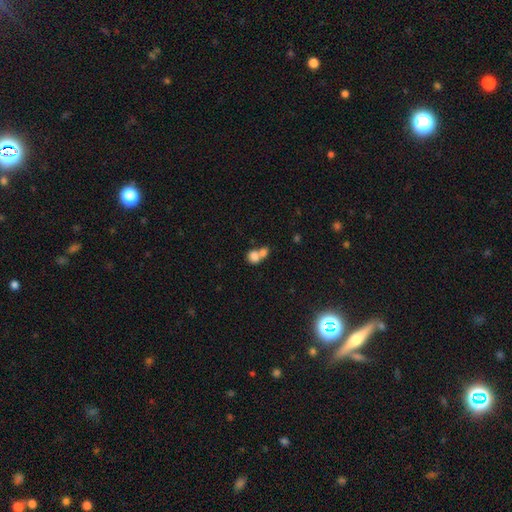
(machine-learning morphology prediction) smooth 78%, featured or disk 12%, star or artifact 9%. Down the decision tree: how rounded — round (61%); merging — merger (68%).